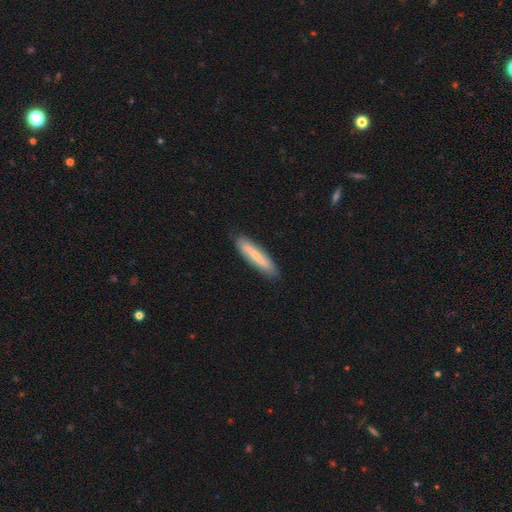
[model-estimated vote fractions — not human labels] smooth 64%, featured or disk 31%, star or artifact 6%. Down the decision tree: how rounded — cigar-shaped (87%); merging — none (86%).